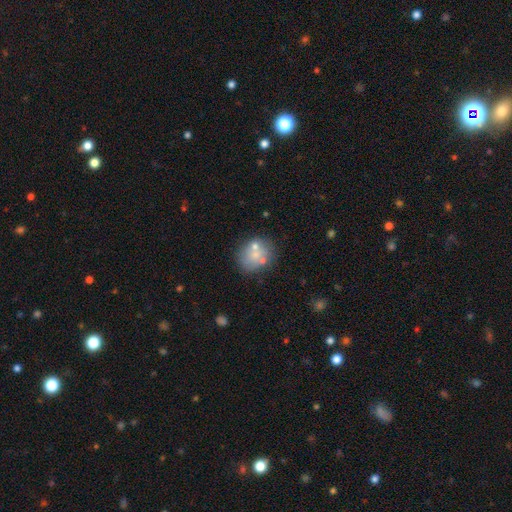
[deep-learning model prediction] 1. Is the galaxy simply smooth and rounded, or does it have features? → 65% smooth, 25% featured or disk, 10% star or artifact.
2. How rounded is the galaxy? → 62% round, 37% in between, 1% cigar-shaped.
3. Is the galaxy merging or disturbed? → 57% none, 20% merger, 17% minor disturbance, 7% major disturbance.